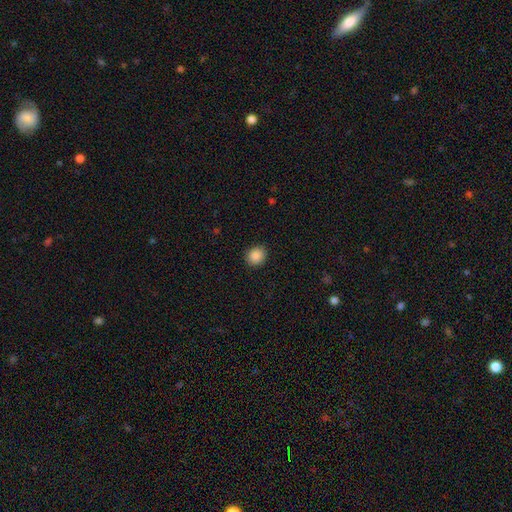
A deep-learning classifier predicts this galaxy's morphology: smooth_or_featured: smooth (p=0.88) [alt: star or artifact p=0.09]
how_rounded: round (p=0.81) [alt: in between p=0.18]
merging: none (p=0.90) [alt: minor disturbance p=0.07]